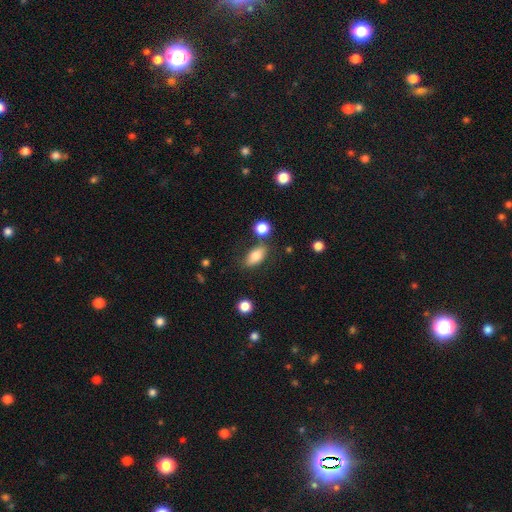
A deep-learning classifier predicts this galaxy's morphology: smooth-or-featured: smooth: 77% | featured or disk: 15% | star or artifact: 8%
  how-rounded: in between: 85% | cigar-shaped: 9% | round: 7%
  merging: none: 74% | minor disturbance: 14% | merger: 8% | major disturbance: 4%